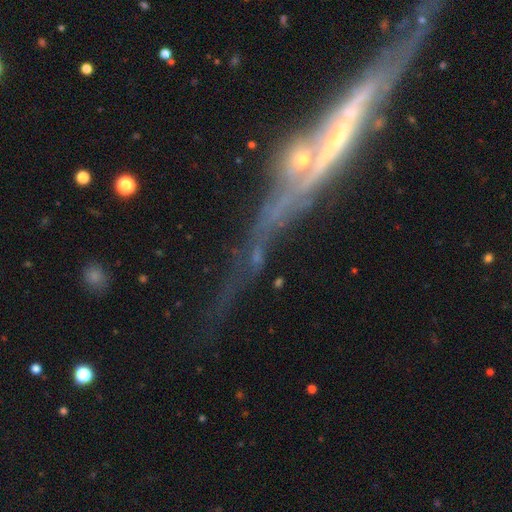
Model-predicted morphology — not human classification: Overall: featured or disk (59%; star or artifact 22%). Edge-on disk: yes (56%; no 44%). Merging: none (34%; merger 27%).